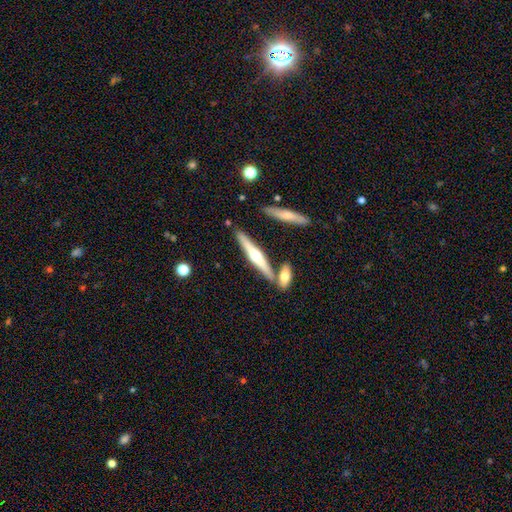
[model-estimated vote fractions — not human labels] Smooth or featured: featured or disk — 63% (smooth — 31%)
Edge-on disk: yes — 96% (no — 4%)
Edge-on bulge: rounded — 92% (none — 4%)
Merging: none — 78% (merger — 11%)